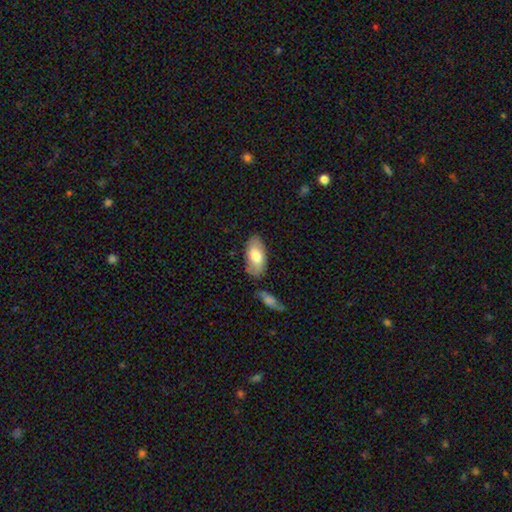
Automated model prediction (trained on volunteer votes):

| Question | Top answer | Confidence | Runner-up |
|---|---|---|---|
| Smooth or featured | smooth | 72% | featured or disk (22%) |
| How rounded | in between | 94% | cigar-shaped (4%) |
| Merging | none | 76% | minor disturbance (16%) |